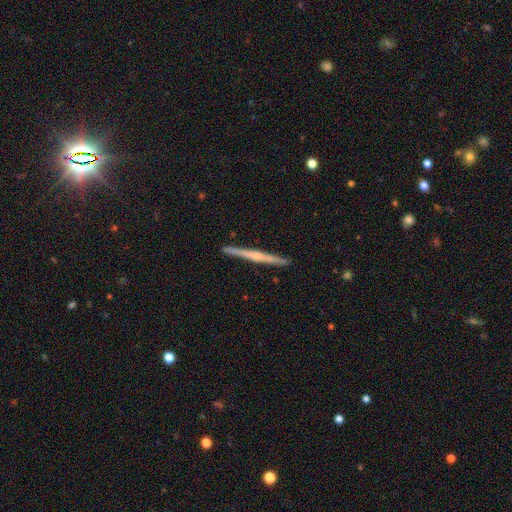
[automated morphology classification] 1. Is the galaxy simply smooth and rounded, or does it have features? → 72% featured or disk, 23% smooth, 5% star or artifact.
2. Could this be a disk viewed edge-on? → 98% yes, 2% no.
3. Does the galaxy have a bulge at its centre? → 63% rounded, 28% none, 9% boxy.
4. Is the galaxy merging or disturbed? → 92% none, 6% minor disturbance, 1% major disturbance, 1% merger.